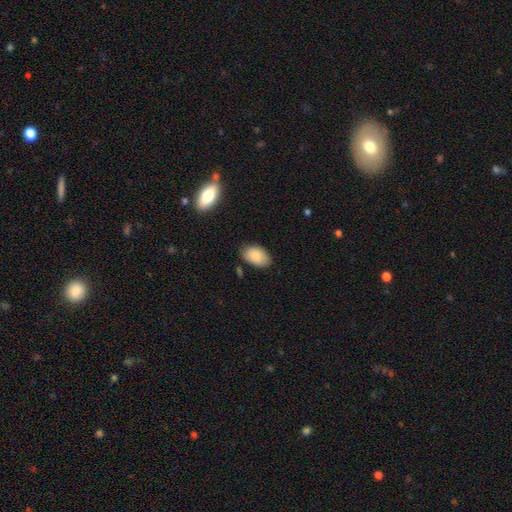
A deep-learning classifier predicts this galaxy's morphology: type=smooth (86%); roundness=in between (93%); merging=none (78%).